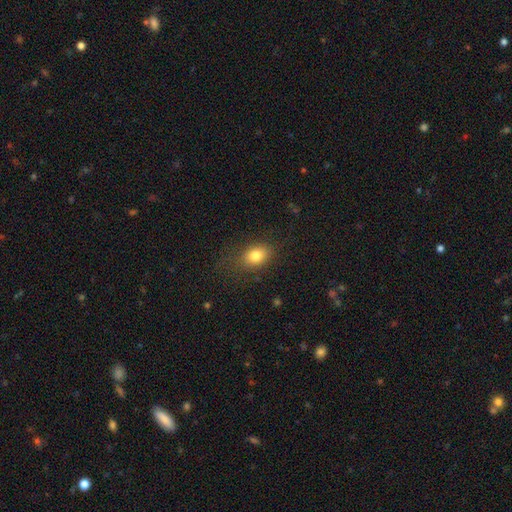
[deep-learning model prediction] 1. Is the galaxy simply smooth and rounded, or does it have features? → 80% smooth, 10% star or artifact, 10% featured or disk.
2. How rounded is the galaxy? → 73% in between, 26% round, 2% cigar-shaped.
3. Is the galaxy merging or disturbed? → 76% none, 16% minor disturbance, 7% major disturbance, 1% merger.